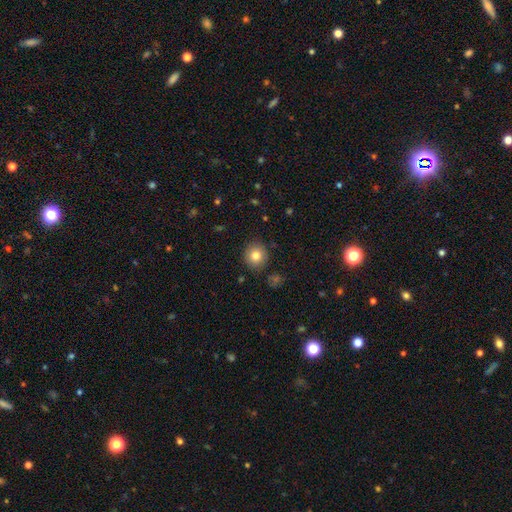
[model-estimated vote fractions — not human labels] A smooth galaxy with no disk features (81%) that is round (89%).

Vote fractions:
- Smooth or featured? smooth: 81% / star or artifact: 10% / featured or disk: 9%
- How rounded? round: 89% / in between: 10% / cigar-shaped: 1%
- Merging? none: 89% / minor disturbance: 8% / major disturbance: 2% / merger: 2%